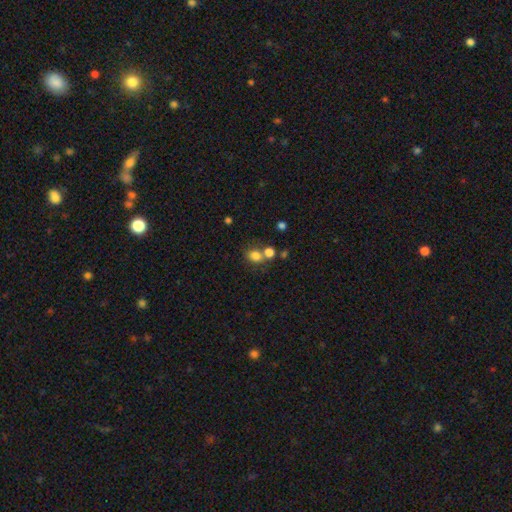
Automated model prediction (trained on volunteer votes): This is likely a smooth galaxy (79%). How rounded: possibly round (56%). Merging: possibly none (52%).